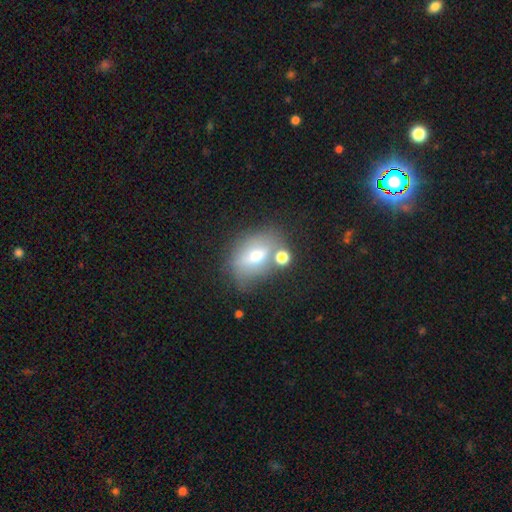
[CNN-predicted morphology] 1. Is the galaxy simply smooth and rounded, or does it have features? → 55% smooth, 33% featured or disk, 12% star or artifact.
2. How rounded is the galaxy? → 70% in between, 26% round, 4% cigar-shaped.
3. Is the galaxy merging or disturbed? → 55% none, 19% minor disturbance, 17% merger, 8% major disturbance.